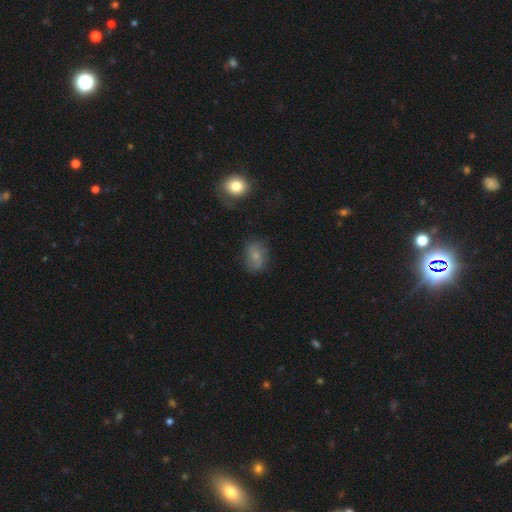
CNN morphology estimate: A smooth galaxy with no disk features (62%) that is in between round and cigar-shaped (55%). Merging: none (68%).